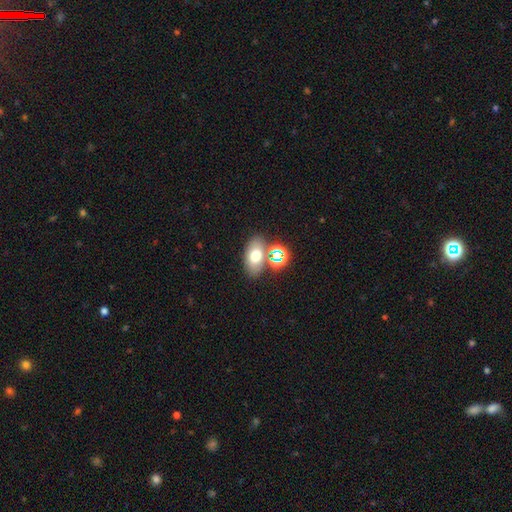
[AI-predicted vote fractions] Q: Smooth or featured?
A: smooth (67%); runner-up: featured or disk (17%)
Q: How rounded?
A: in between (82%); runner-up: round (16%)
Q: Merging?
A: none (70%); runner-up: merger (15%)